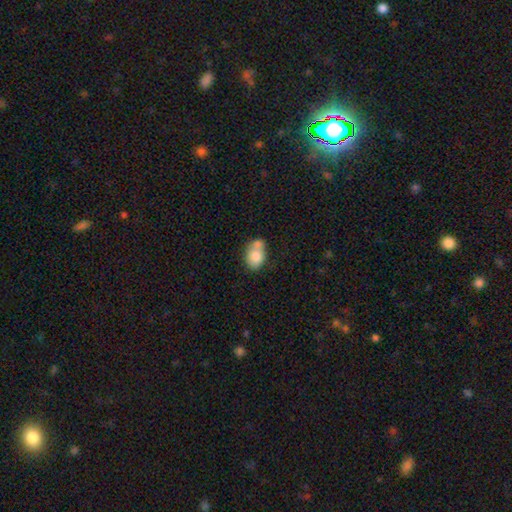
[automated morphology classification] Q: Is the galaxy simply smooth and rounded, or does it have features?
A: smooth — 78%.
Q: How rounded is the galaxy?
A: in between — 73%.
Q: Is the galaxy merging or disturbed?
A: merger — 43%.